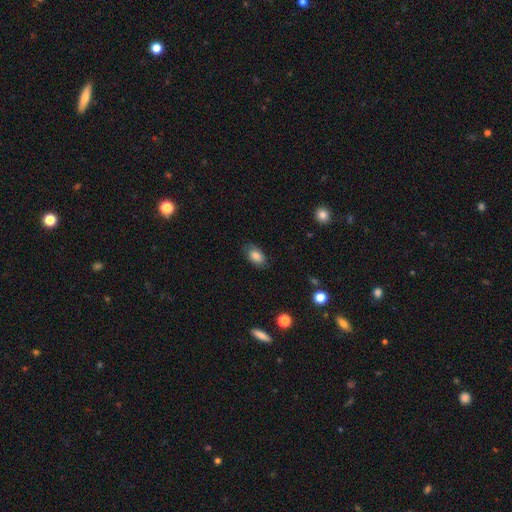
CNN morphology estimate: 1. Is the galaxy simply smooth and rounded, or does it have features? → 83% smooth, 9% featured or disk, 8% star or artifact.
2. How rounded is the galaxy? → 91% in between, 7% round, 2% cigar-shaped.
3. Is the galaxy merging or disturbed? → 80% none, 16% minor disturbance, 4% major disturbance, 1% merger.